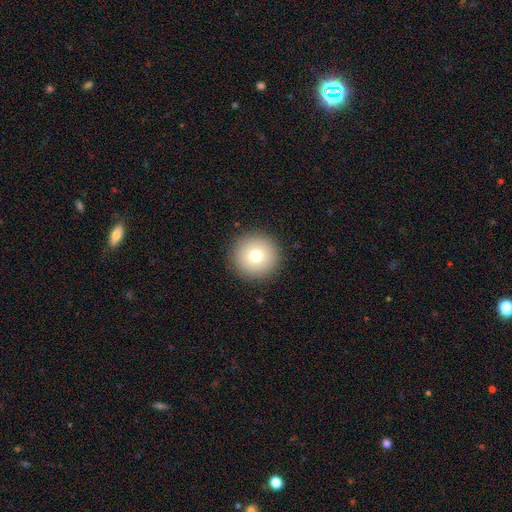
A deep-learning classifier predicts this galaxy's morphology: type=smooth (75%); roundness=round (96%); merging=none (92%).